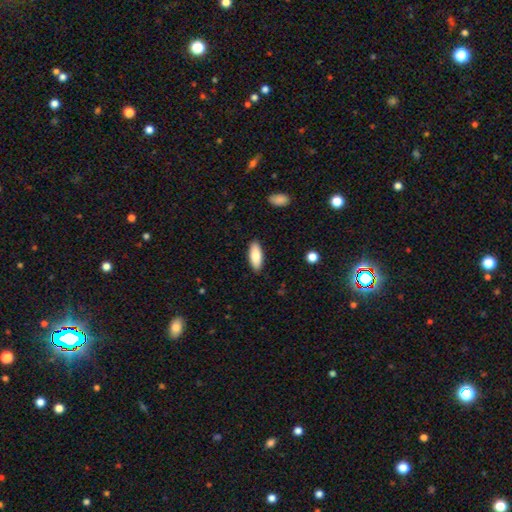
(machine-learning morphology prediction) type=smooth (84%); roundness=in between (76%); merging=none (89%).